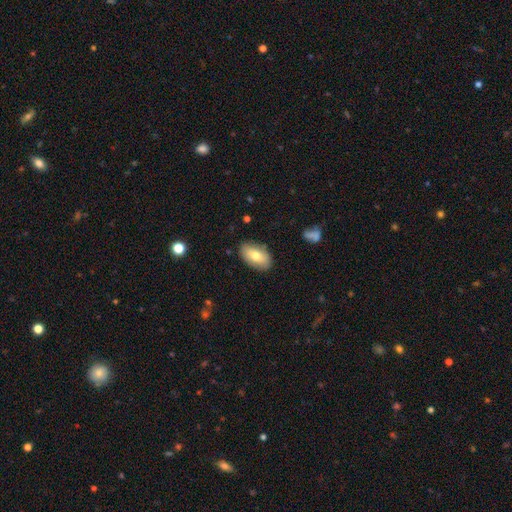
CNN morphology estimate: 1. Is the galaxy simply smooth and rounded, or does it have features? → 71% smooth, 22% featured or disk, 7% star or artifact.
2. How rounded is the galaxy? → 92% in between, 6% round, 2% cigar-shaped.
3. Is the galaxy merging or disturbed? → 84% none, 12% minor disturbance, 3% major disturbance, 1% merger.